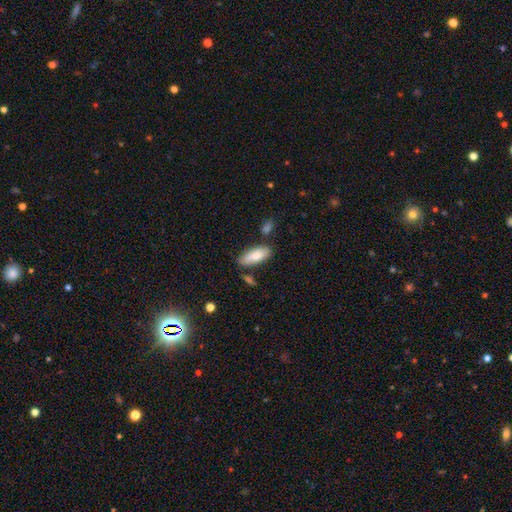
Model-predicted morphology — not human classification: Smooth or featured? smooth (80%)
How rounded? in between (79%)
Merging? none (74%)